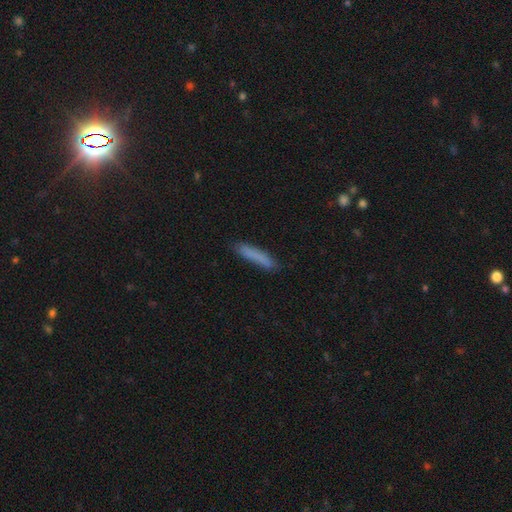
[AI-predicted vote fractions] Overall: smooth (81%). How rounded: cigar-shaped (90%). Merging: none (81%).